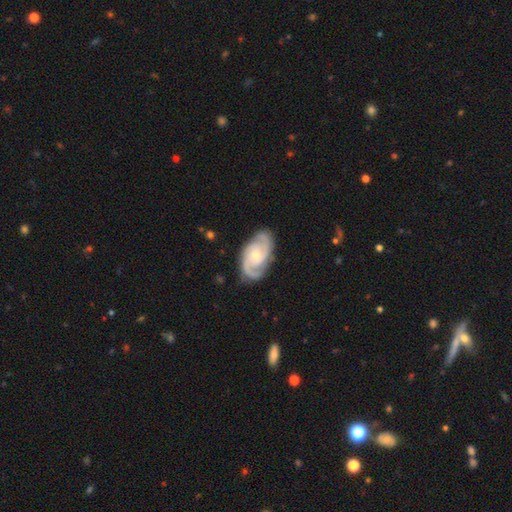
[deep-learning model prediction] Morphology: type=featured or disk (91%); edge-on=no (97%); bar=no (62%); spiral arms=yes (98%); winding=tight (50%); arm count=2 (70%); bulge=small (53%); merging=none (80%).